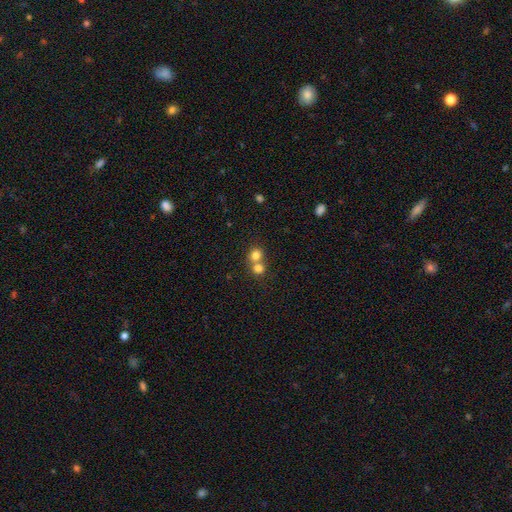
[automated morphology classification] This appears to be a smooth galaxy with no disk features (78%) that is round (84%). Merging: merger (56%).